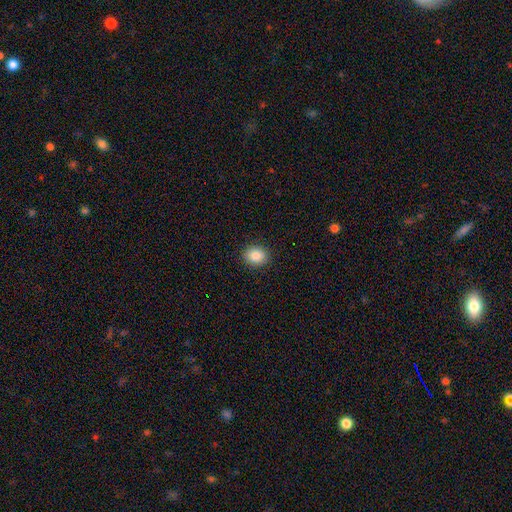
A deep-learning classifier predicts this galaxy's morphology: Overall: smooth (87%). How rounded: round (60%; in between 39%). Merging: none (91%).